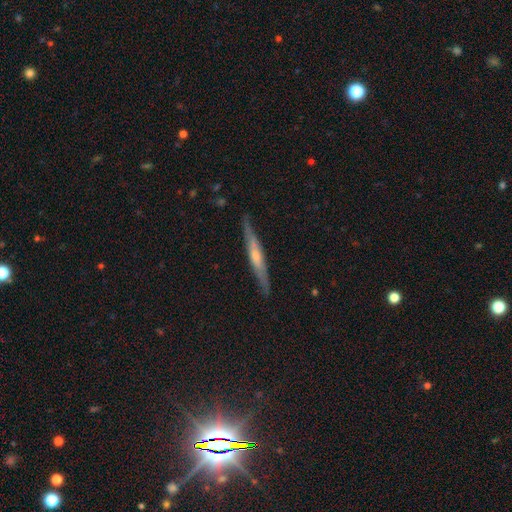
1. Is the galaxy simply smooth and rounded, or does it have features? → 73% featured or disk, 22% smooth, 5% star or artifact.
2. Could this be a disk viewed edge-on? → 96% yes, 4% no.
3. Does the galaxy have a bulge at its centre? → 54% rounded, 35% none, 12% boxy.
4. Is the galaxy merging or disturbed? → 80% none, 20% minor disturbance, 0% major disturbance, 0% merger.